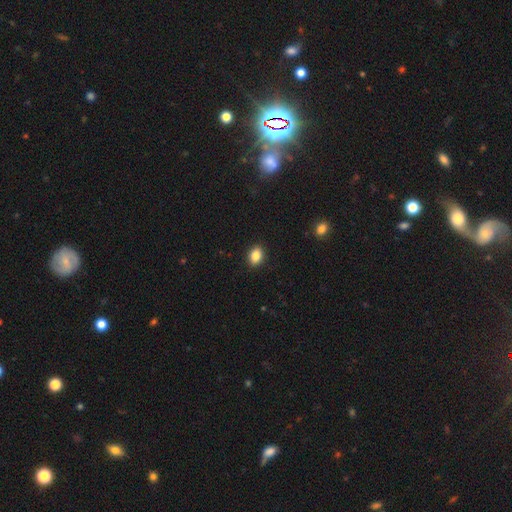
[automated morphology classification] Overall: smooth (86%). How rounded: in between (73%). Merging: none (90%).